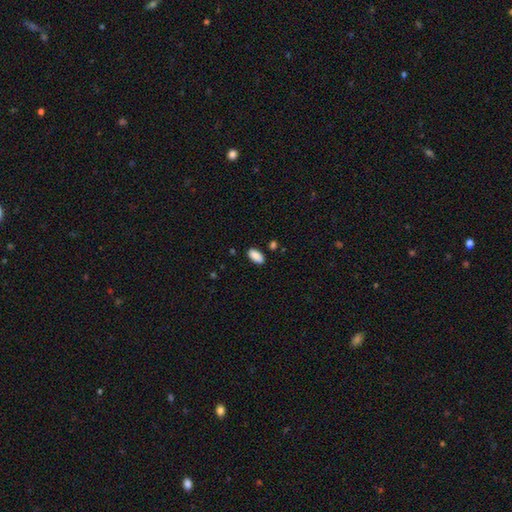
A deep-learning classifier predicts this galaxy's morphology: A smooth galaxy with no disk features (89%) that is in between round and cigar-shaped (92%).

Vote fractions:
- Smooth or featured? smooth: 89% / star or artifact: 7% / featured or disk: 4%
- How rounded? in between: 92% / cigar-shaped: 5% / round: 2%
- Merging? none: 86% / minor disturbance: 10% / merger: 2% / major disturbance: 2%